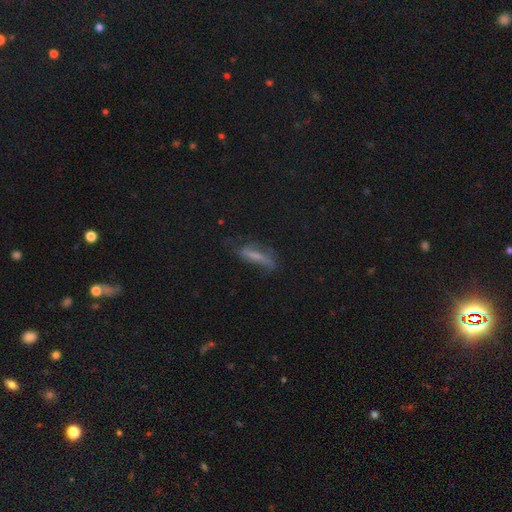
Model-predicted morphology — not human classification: featured or disk 44% (tied), smooth 44% (tied), star or artifact 11%. Down the decision tree: merging — none (52%).